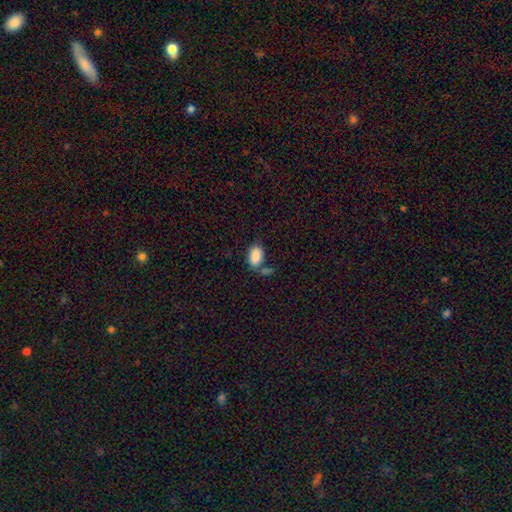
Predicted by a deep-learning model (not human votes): Smooth or featured? smooth (87%)
How rounded? in between (91%)
Merging? none (53%)